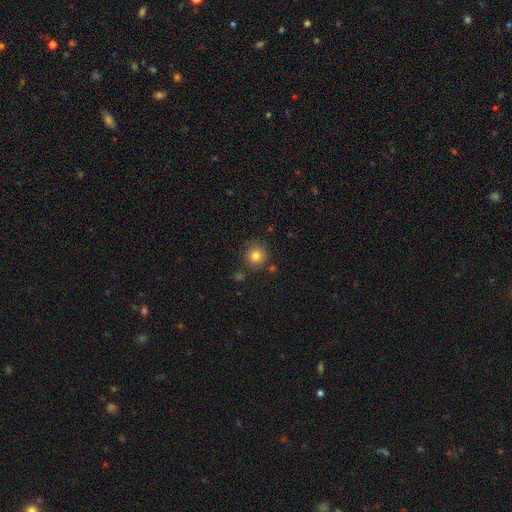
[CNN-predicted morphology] Smooth or featured?
  - smooth: 81% *
  - star or artifact: 11%
  - featured or disk: 8%
How rounded?
  - round: 92% *
  - in between: 7%
  - cigar-shaped: 1%
Merging?
  - none: 81% *
  - minor disturbance: 12%
  - merger: 4%
  - major disturbance: 3%